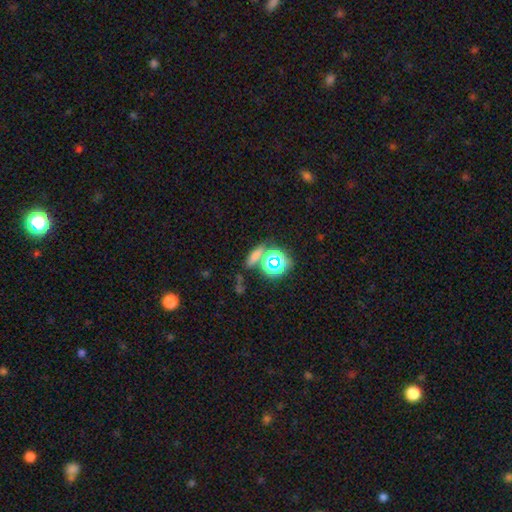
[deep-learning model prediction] Morphology: type=smooth (55%); roundness=cigar-shaped (37%); merging=none (68%).